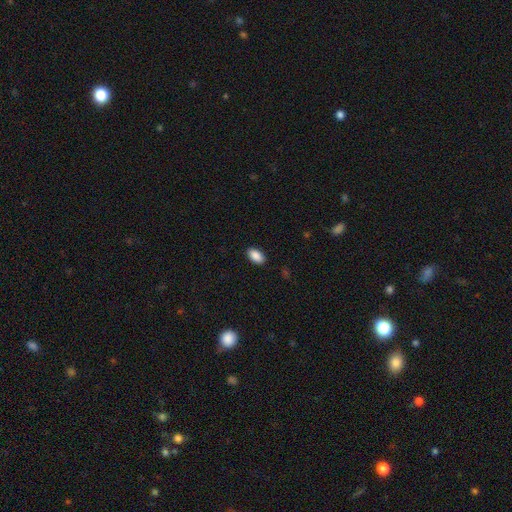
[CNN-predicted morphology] type=smooth (89%); roundness=in between (94%); merging=none (89%).